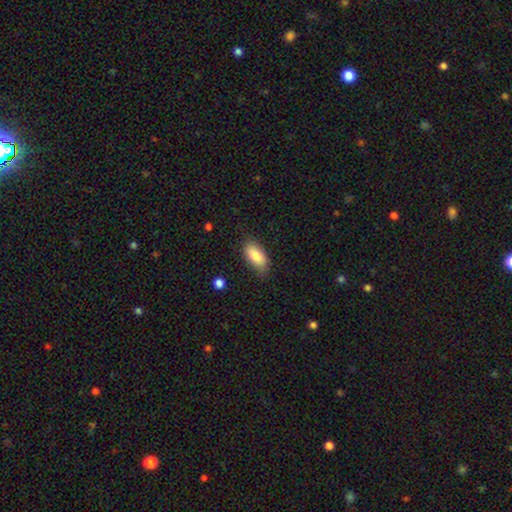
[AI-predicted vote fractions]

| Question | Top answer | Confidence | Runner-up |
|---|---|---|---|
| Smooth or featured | smooth | 84% | featured or disk (9%) |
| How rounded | in between | 90% | cigar-shaped (7%) |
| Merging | none | 78% | minor disturbance (17%) |